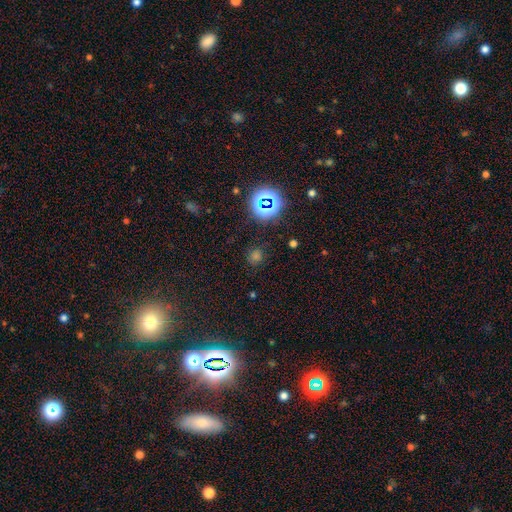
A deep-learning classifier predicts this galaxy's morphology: A star or artifact, not a galaxy (47%).